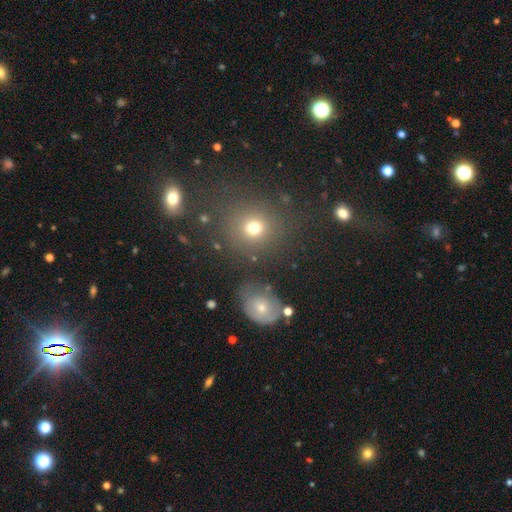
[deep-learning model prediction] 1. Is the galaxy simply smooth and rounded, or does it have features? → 48% smooth, 39% star or artifact, 13% featured or disk.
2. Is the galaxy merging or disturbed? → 79% none, 10% minor disturbance, 6% merger, 5% major disturbance.